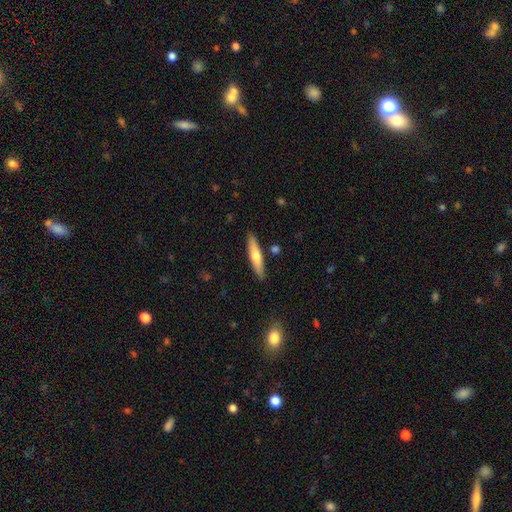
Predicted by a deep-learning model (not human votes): smooth-or-featured: smooth: 58% | featured or disk: 37% | star or artifact: 6%
  how-rounded: cigar-shaped: 84% | in between: 14% | round: 2%
  merging: none: 87% | minor disturbance: 9% | merger: 3% | major disturbance: 2%